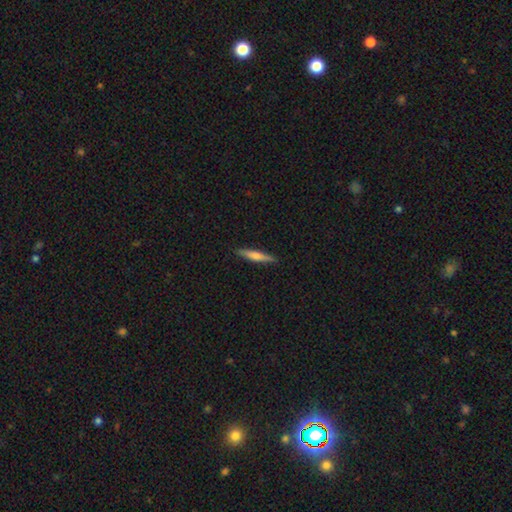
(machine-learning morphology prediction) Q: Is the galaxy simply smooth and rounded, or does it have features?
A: smooth — 51%.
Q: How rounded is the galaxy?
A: cigar-shaped — 92%.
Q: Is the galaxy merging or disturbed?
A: none — 90%.